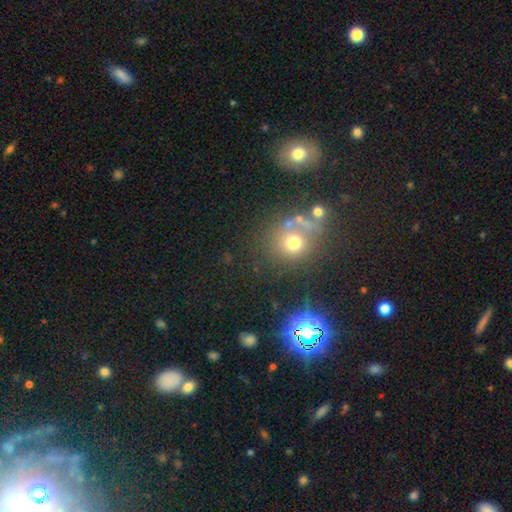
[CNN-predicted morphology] Smooth or featured? Predicted: smooth (p=0.45). Merging? Predicted: none (p=0.66).